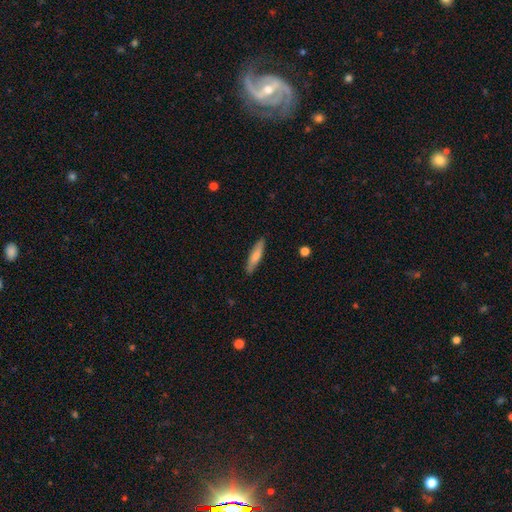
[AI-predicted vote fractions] Smooth or featured? smooth (73%)
How rounded? cigar-shaped (82%)
Merging? none (88%)